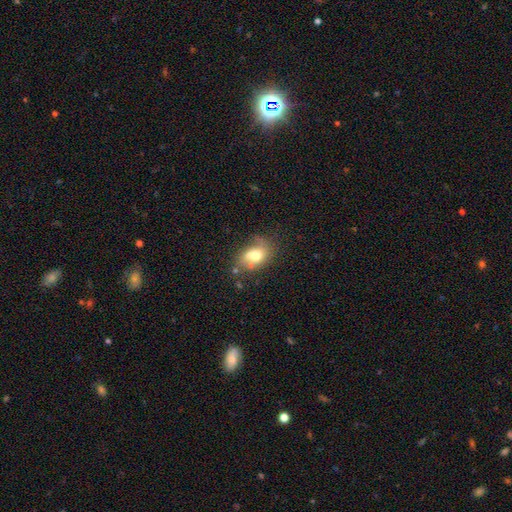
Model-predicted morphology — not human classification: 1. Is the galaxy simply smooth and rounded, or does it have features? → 62% smooth, 28% featured or disk, 11% star or artifact.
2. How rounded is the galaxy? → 73% in between, 25% round, 2% cigar-shaped.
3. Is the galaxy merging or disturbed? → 40% none, 26% minor disturbance, 20% merger, 14% major disturbance.